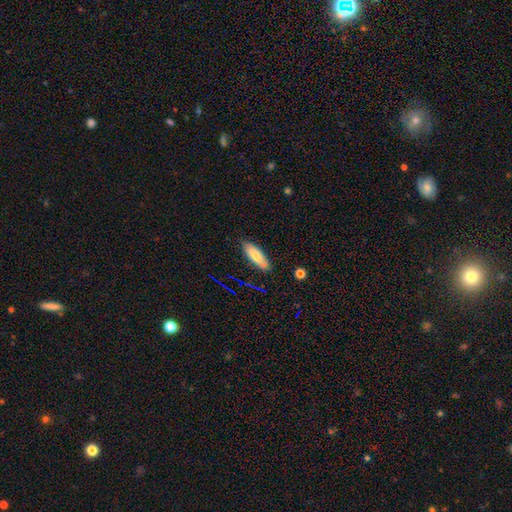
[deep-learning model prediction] Smooth or featured?
  - smooth: 75% *
  - featured or disk: 17%
  - star or artifact: 8%
How rounded?
  - in between: 63% *
  - cigar-shaped: 35%
  - round: 2%
Merging?
  - none: 78% *
  - minor disturbance: 16%
  - major disturbance: 3%
  - merger: 3%